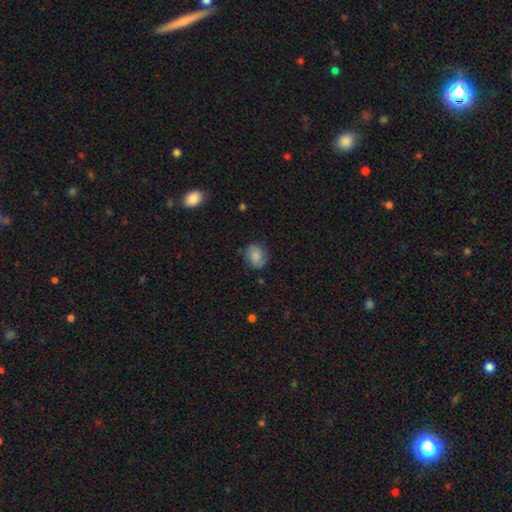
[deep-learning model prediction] This is likely a smooth galaxy (77%). How rounded: possibly round (54%). Merging: likely none (75%).